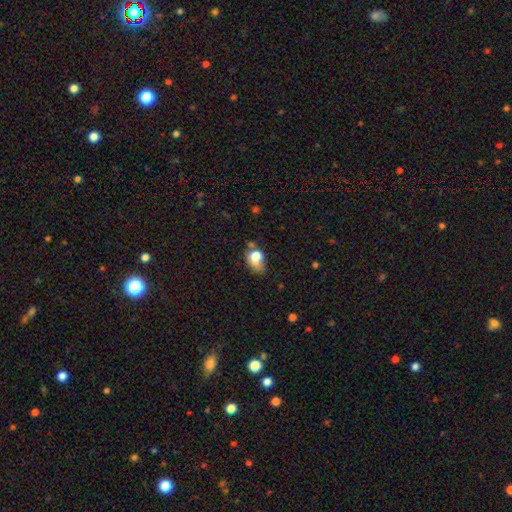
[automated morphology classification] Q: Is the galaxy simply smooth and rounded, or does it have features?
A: smooth — 74%.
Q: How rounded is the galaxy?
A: in between — 64%.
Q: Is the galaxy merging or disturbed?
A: minor disturbance — 35%.